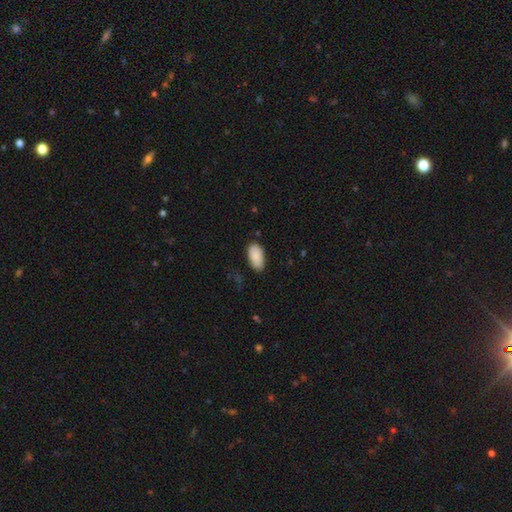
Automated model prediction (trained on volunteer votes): Morphology: type=smooth (89%); roundness=in between (95%); merging=none (81%).